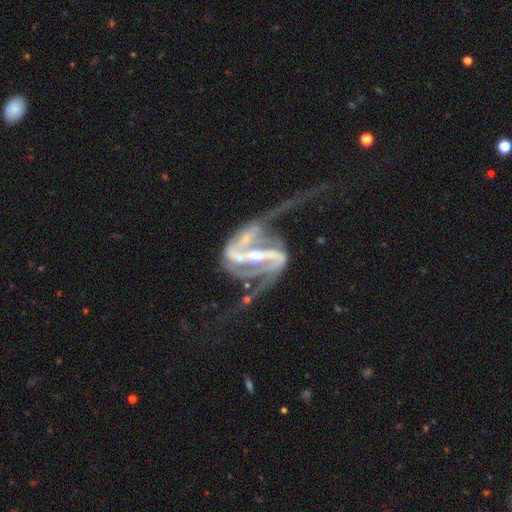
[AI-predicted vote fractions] Overall: featured or disk (91%). Edge-on disk: no (96%). Bar: strong (67%). Spiral arms: yes (95%). Spiral arm count: 2 (84%). Spiral winding: loose (48%; medium 38%). Bulge size: moderate (52%; small 41%). Merging: major disturbance (34%; merger 30%).